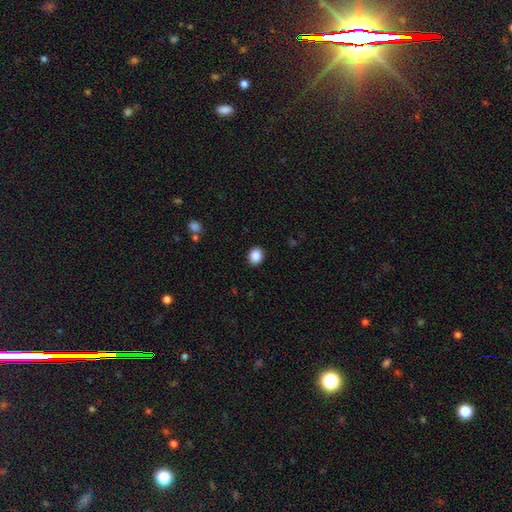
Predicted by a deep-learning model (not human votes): This is clearly a smooth galaxy (87%). How rounded: likely round (73%). Merging: clearly none (91%).